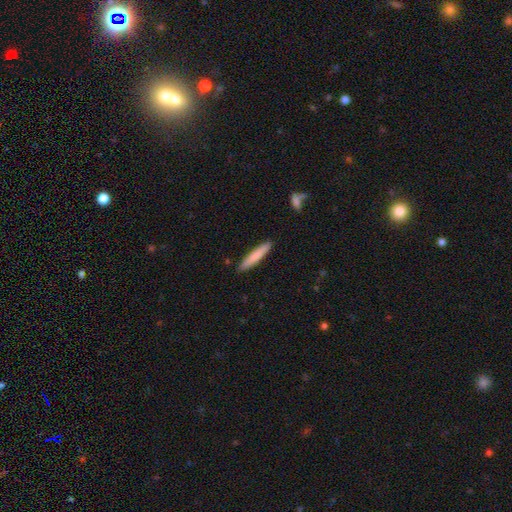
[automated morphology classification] Smooth or featured?
  - smooth: 78% *
  - featured or disk: 16%
  - star or artifact: 5%
How rounded?
  - cigar-shaped: 93% *
  - in between: 6%
  - round: 1%
Merging?
  - none: 89% *
  - minor disturbance: 8%
  - major disturbance: 2%
  - merger: 2%